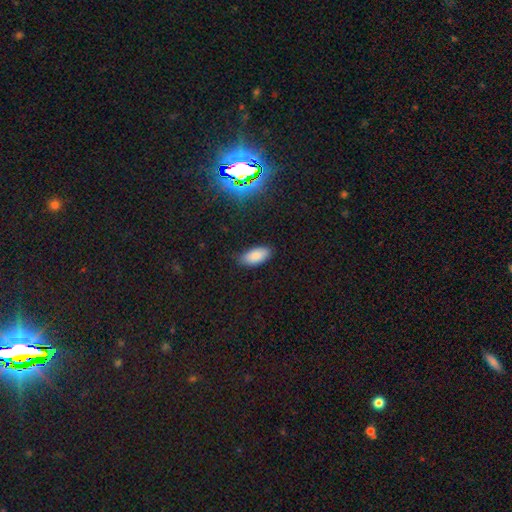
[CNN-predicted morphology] A smooth galaxy with no disk features (85%) that is in between round and cigar-shaped (92%). Merging: none (81%).